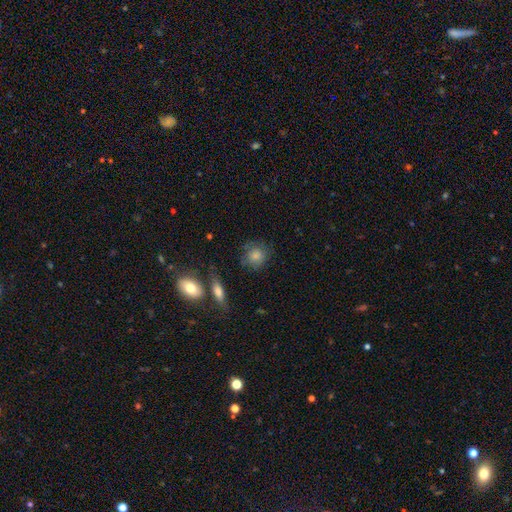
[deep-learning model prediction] Morphology: type=smooth (80%); roundness=round (81%); merging=none (72%).